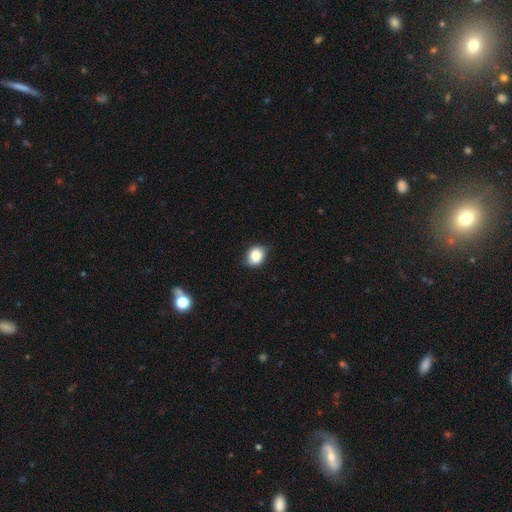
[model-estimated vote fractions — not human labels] The model was most divided on "how rounded": round: 55%, in between: 44%, cigar-shaped: 1%. More confident: smooth or featured — smooth (85%); merging — none (77%).